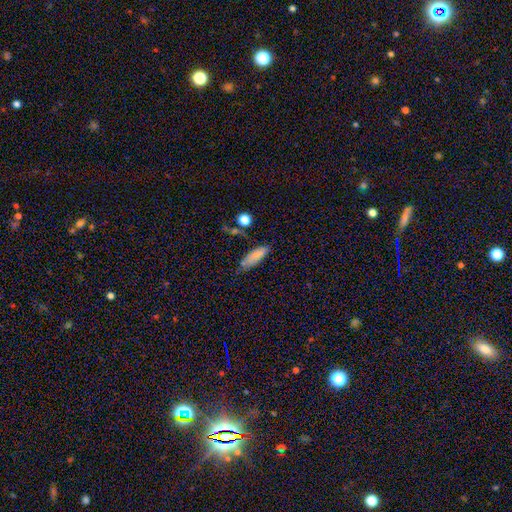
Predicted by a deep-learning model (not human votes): Smooth or featured?
  - smooth: 82% *
  - featured or disk: 9%
  - star or artifact: 9%
How rounded?
  - in between: 54% *
  - cigar-shaped: 44%
  - round: 2%
Merging?
  - none: 60% *
  - minor disturbance: 27%
  - major disturbance: 7%
  - merger: 6%